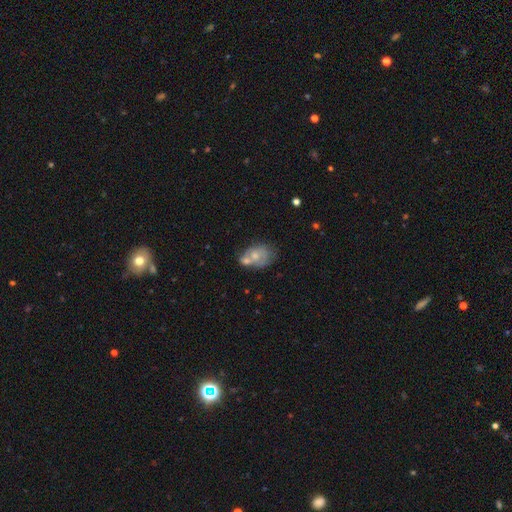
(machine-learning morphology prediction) smooth_or_featured: smooth (p=0.53) [alt: featured or disk p=0.39]
how_rounded: in between (p=0.76) [alt: round p=0.23]
merging: merger (p=0.45) [alt: none p=0.25]